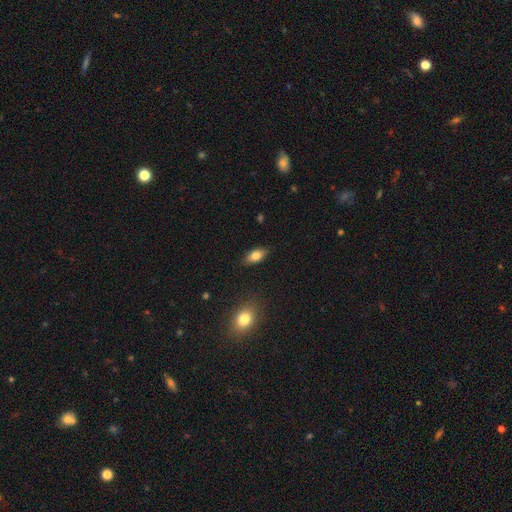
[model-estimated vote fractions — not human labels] This is likely a smooth galaxy (79%). How rounded: clearly in between (88%). Merging: clearly none (86%).